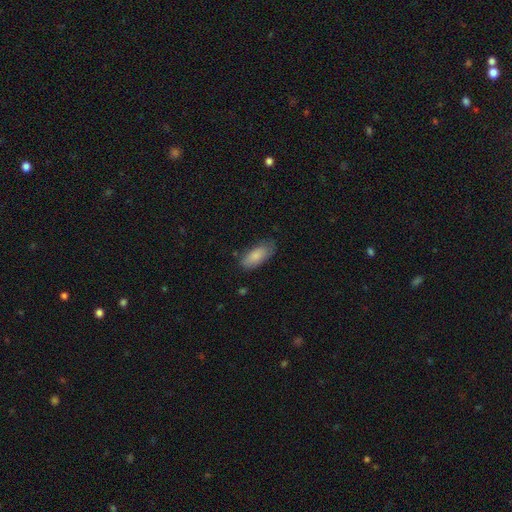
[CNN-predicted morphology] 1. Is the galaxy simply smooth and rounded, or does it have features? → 84% smooth, 10% featured or disk, 6% star or artifact.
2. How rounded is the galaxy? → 84% in between, 14% cigar-shaped, 2% round.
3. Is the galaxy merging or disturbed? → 65% none, 27% minor disturbance, 6% major disturbance, 2% merger.